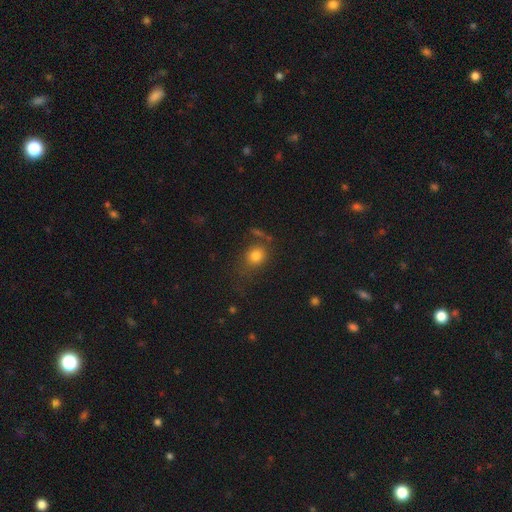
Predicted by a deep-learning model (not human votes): Overall: smooth (79%). How rounded: round (63%; in between 36%). Merging: none (60%).